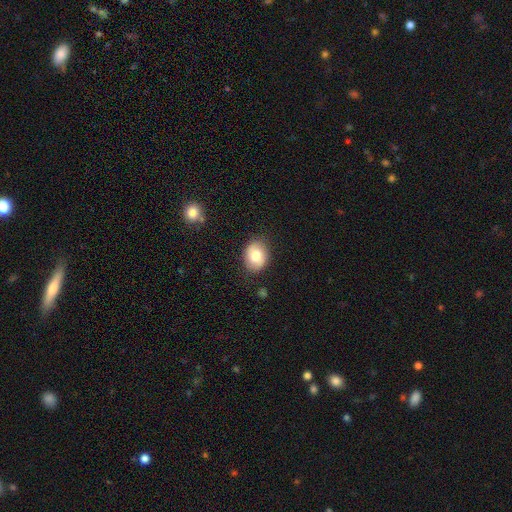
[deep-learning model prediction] Smooth or featured: smooth — 75% (featured or disk — 17%)
How rounded: in between — 57% (round — 42%)
Merging: none — 83% (minor disturbance — 13%)